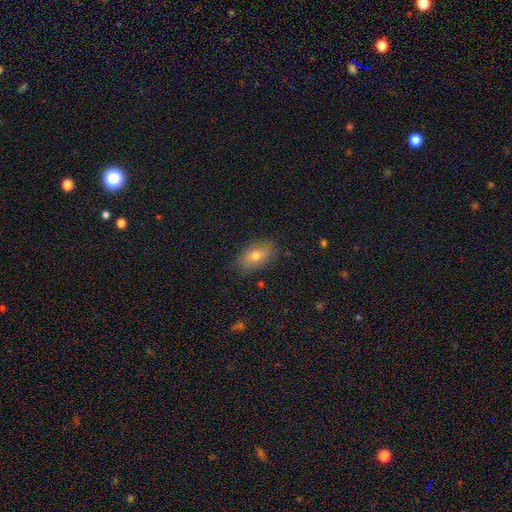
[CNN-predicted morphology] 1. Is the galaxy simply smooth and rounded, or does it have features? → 68% smooth, 22% featured or disk, 10% star or artifact.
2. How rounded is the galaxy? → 88% in between, 8% round, 4% cigar-shaped.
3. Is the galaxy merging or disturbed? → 81% none, 15% minor disturbance, 3% major disturbance, 1% merger.